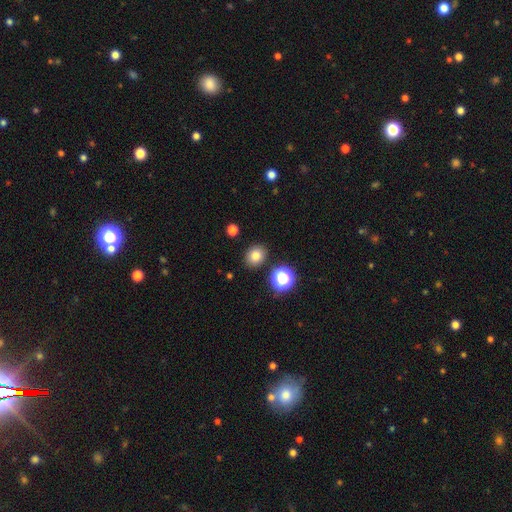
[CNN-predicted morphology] The model was most divided on "how rounded": round: 62%, in between: 37%, cigar-shaped: 1%. More confident: merging — none (87%); smooth or featured — smooth (78%).